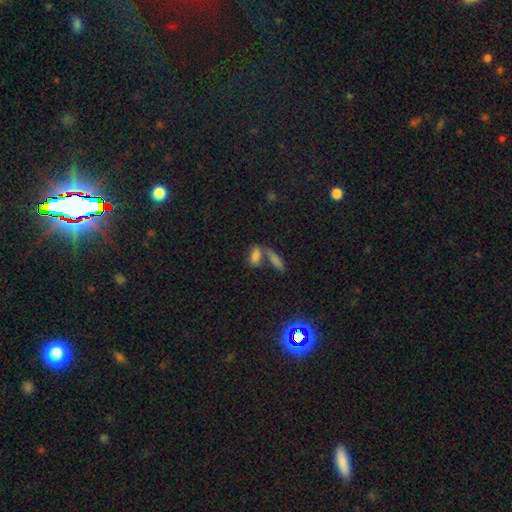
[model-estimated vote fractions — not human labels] Q: Smooth or featured?
A: smooth (76%); runner-up: featured or disk (12%)
Q: How rounded?
A: in between (76%); runner-up: cigar-shaped (19%)
Q: Merging?
A: merger (45%); runner-up: none (41%)